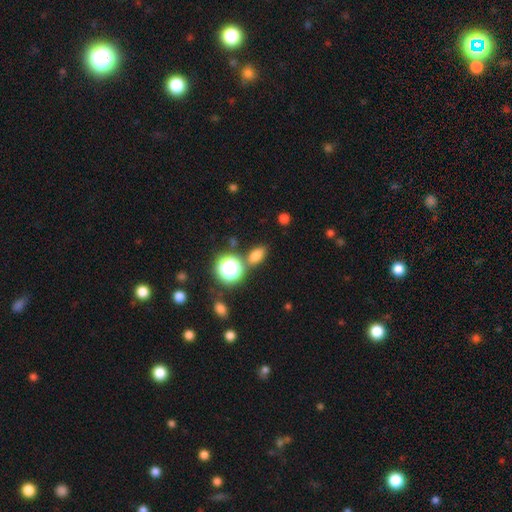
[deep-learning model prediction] The model was most divided on "smooth or featured": smooth: 72%, star or artifact: 20%, featured or disk: 7%. More confident: how rounded — in between (76%); merging — none (75%).